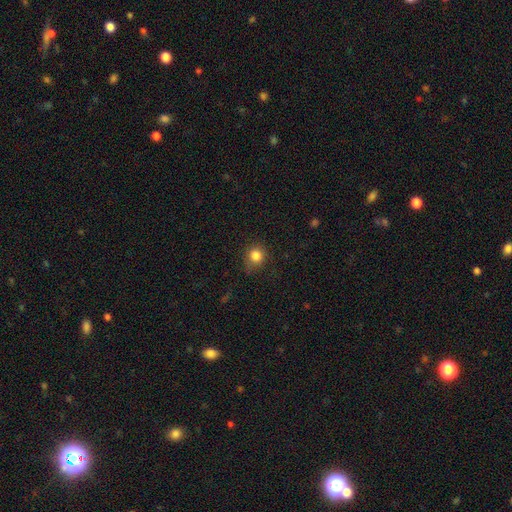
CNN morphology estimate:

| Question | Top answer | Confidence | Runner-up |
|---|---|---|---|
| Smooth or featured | smooth | 83% | star or artifact (12%) |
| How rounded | round | 85% | in between (15%) |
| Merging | none | 76% | minor disturbance (18%) |